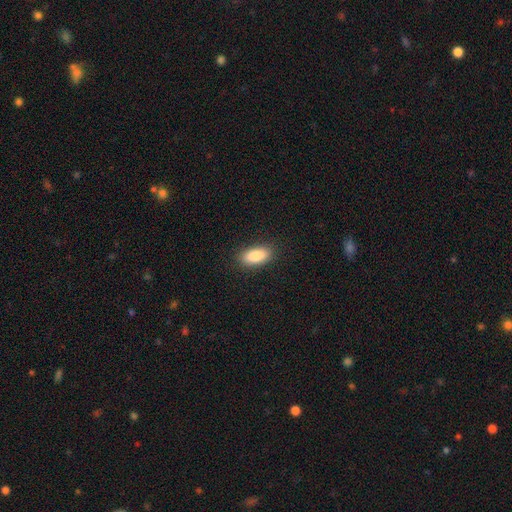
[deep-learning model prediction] Smooth or featured? smooth (87%)
How rounded? in between (86%)
Merging? none (88%)